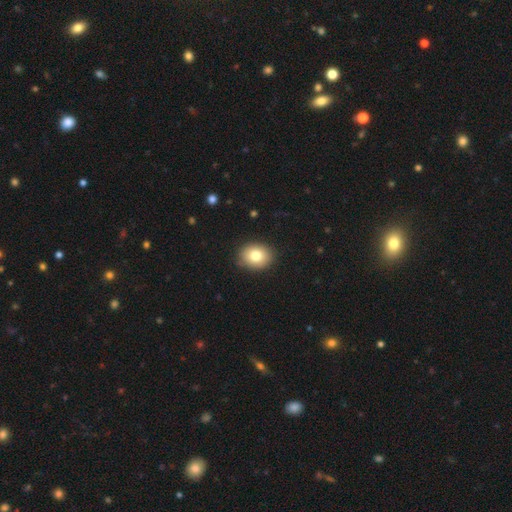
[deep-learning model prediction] smooth-or-featured: smooth: 79% | featured or disk: 12% | star or artifact: 9%
  how-rounded: in between: 51% | round: 49% | cigar-shaped: 1%
  merging: none: 87% | minor disturbance: 10% | major disturbance: 2% | merger: 1%